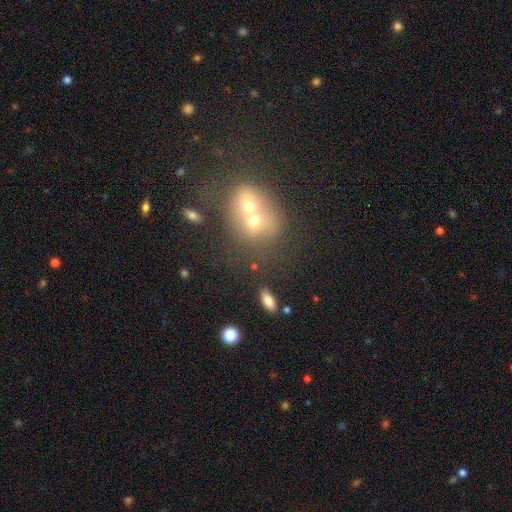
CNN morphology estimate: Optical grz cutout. It shows a smooth galaxy with no disk features (46%). Merging: merger (62%).